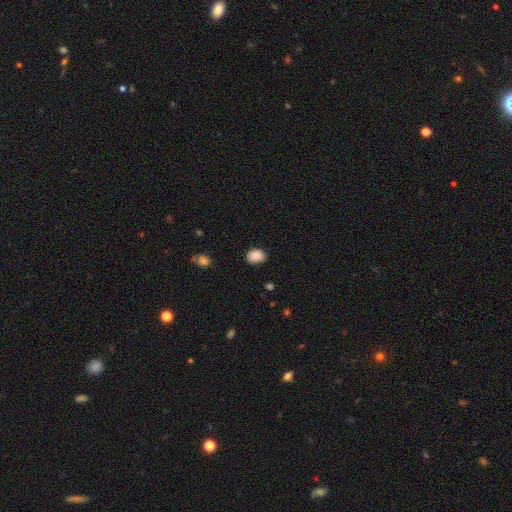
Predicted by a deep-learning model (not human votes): Morphology: type=smooth (88%); roundness=in between (68%); merging=none (84%).